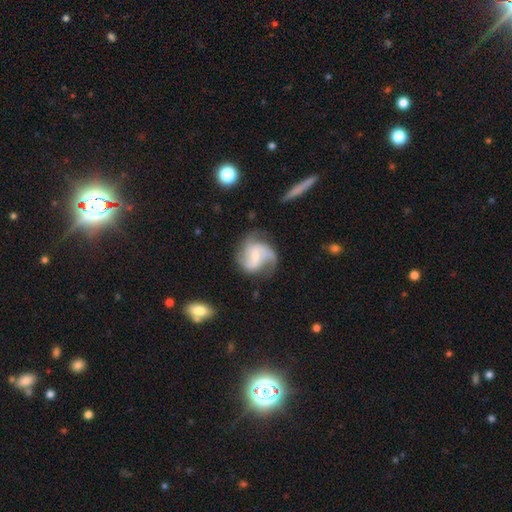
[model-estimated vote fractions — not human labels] This is likely a featured or disk galaxy (77%). It is clearly not viewed edge-on (98%). Bar: marginally no (44%, tied with weak). Spiral arm pattern: clearly yes (94%). Spiral arm count: marginally 2 (44%). Spiral winding: possibly medium (49%). Central bulge: possibly small (56%). Merging: possibly none (56%).